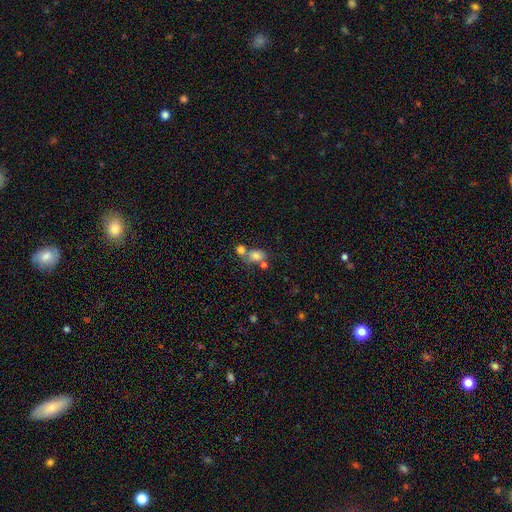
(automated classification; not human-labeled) smooth 74%, featured or disk 13%, star or artifact 13%. Down the decision tree: how rounded — in between (57%); merging — merger (43%).